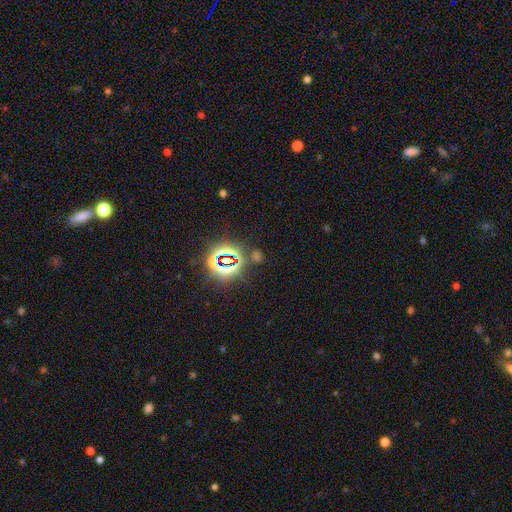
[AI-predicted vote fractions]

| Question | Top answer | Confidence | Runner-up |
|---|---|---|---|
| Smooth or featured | star or artifact | 78% | smooth (15%) |